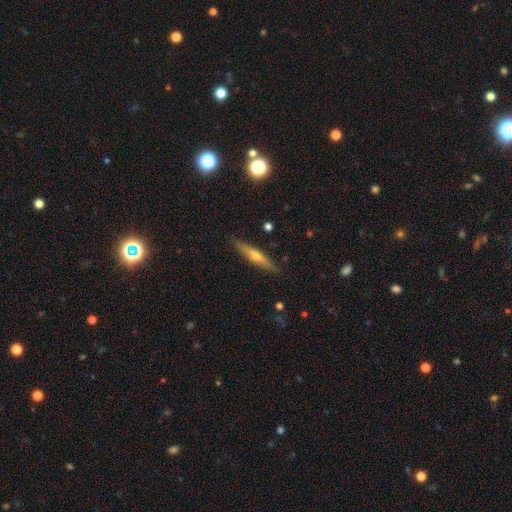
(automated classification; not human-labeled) A featured or disk galaxy (58%) viewed edge-on (94%) with a rounded central bulge (86%).

Vote fractions:
- Smooth or featured? featured or disk: 58% / smooth: 35% / star or artifact: 7%
- Edge-on disk? yes: 94% / no: 6%
- Edge-on bulge? rounded: 86% / none: 11% / boxy: 3%
- Merging? none: 89% / minor disturbance: 8% / major disturbance: 2% / merger: 1%